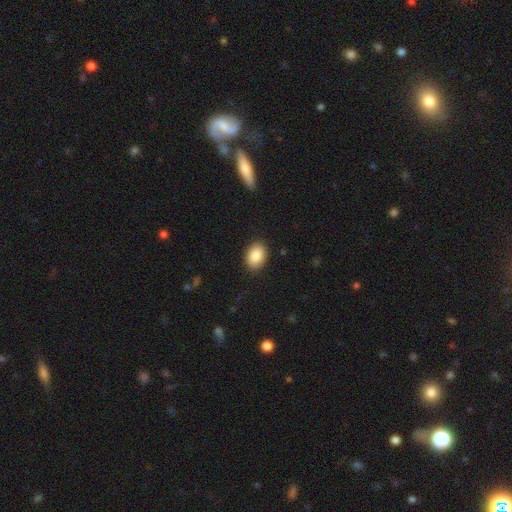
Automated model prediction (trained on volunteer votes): smooth_or_featured: smooth (p=0.89) [alt: star or artifact p=0.07]
how_rounded: in between (p=0.83) [alt: round p=0.16]
merging: none (p=0.89) [alt: minor disturbance p=0.08]